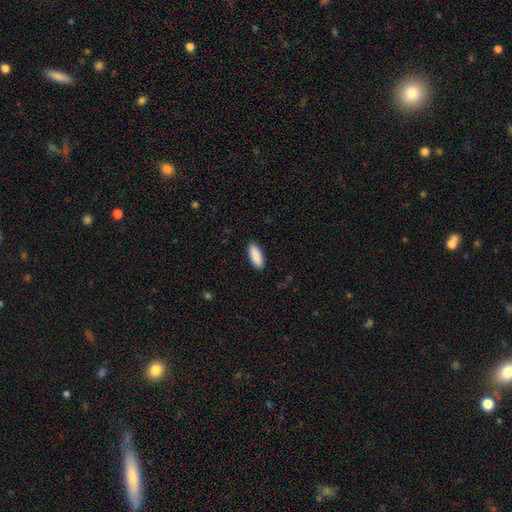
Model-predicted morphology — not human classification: The model was most divided on "how rounded": in between: 79%, cigar-shaped: 20%, round: 2%. More confident: smooth or featured — smooth (91%); merging — none (90%).